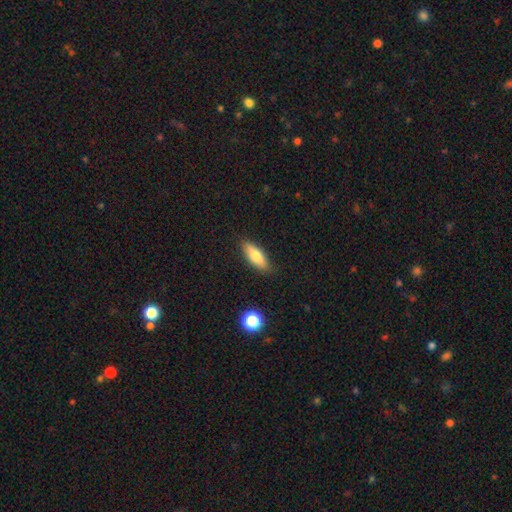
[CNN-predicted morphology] Smooth or featured? smooth (73%)
How rounded? in between (58%)
Merging? none (86%)